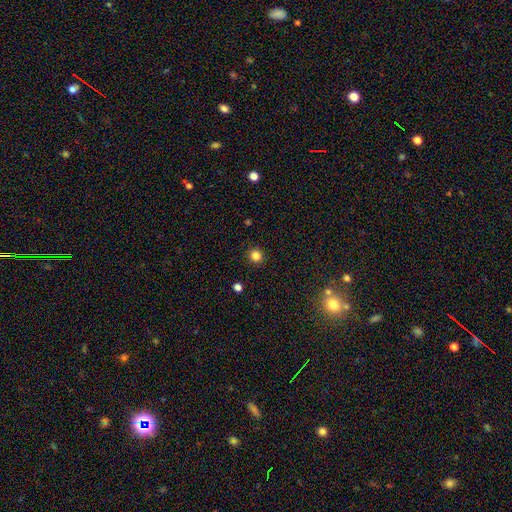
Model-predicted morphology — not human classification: Smooth or featured? smooth (83%)
How rounded? round (93%)
Merging? none (92%)